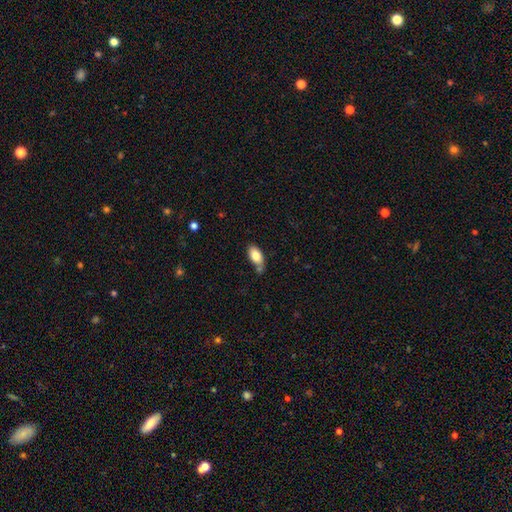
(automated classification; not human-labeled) Morphology: type=smooth (81%); roundness=in between (92%); merging=none (63%).